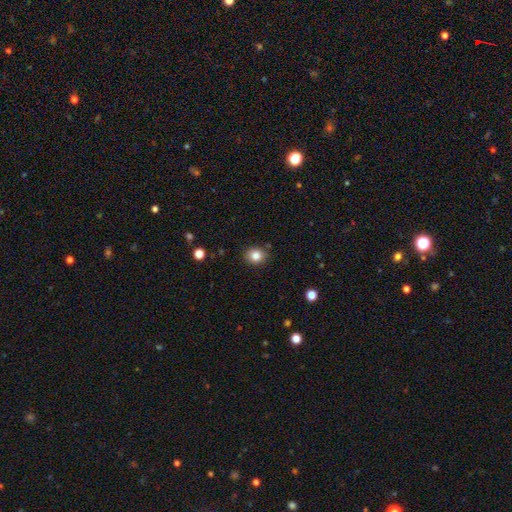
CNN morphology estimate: smooth_or_featured: smooth (p=0.84) [alt: star or artifact p=0.11]
how_rounded: round (p=0.77) [alt: in between p=0.22]
merging: none (p=0.88) [alt: minor disturbance p=0.08]